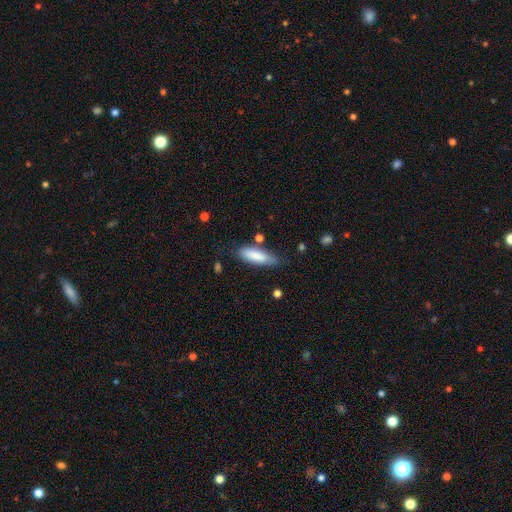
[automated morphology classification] type=smooth (82%); roundness=in between (52%); merging=none (71%).